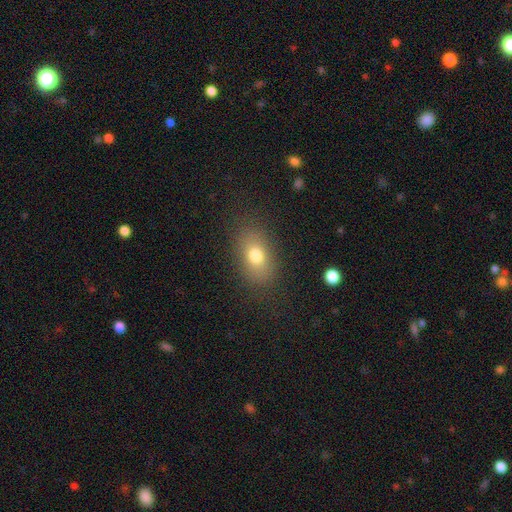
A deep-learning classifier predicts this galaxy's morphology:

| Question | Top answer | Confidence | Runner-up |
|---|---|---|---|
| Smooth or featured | smooth | 75% | featured or disk (13%) |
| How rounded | in between | 81% | round (17%) |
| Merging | none | 83% | minor disturbance (11%) |